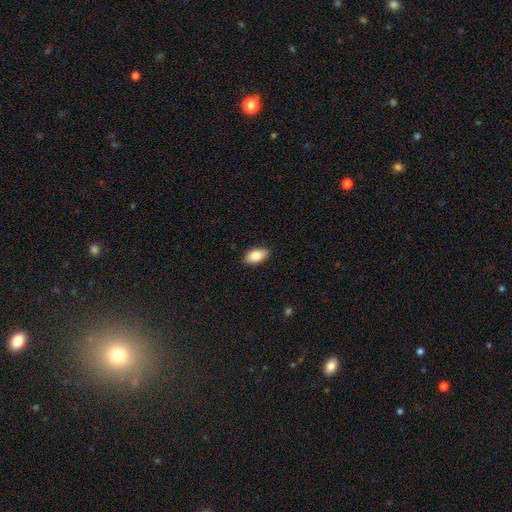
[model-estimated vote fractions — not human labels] This appears to be a smooth galaxy with no disk features (85%) that is in between round and cigar-shaped (93%). Merging: none (88%).